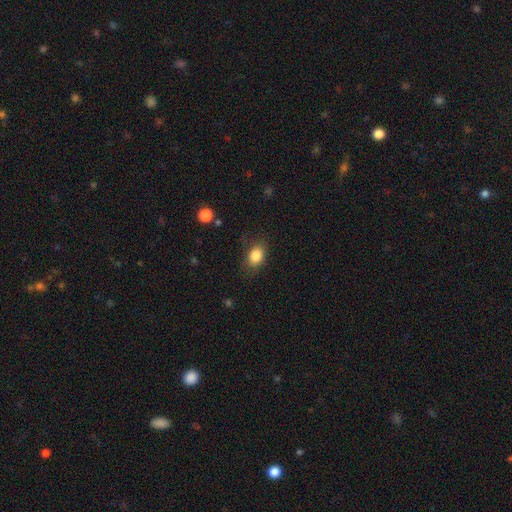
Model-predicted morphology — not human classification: Smooth or featured? smooth (84%)
How rounded? in between (76%)
Merging? none (78%)